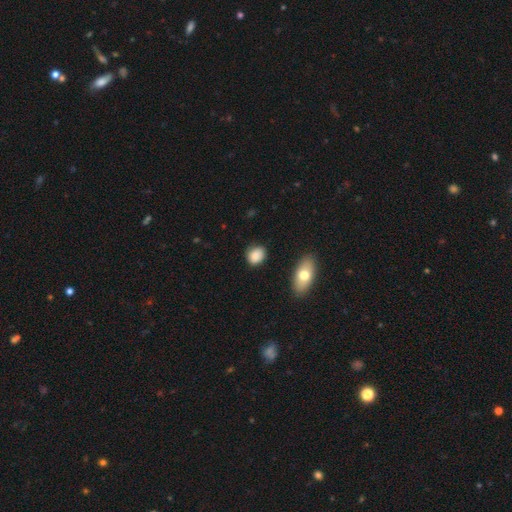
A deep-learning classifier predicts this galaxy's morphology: This is clearly a smooth galaxy (84%). How rounded: possibly round (55%). Merging: likely none (78%).